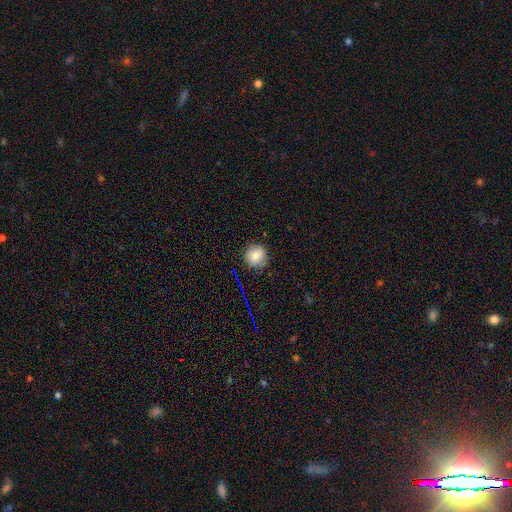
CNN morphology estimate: smooth_or_featured: smooth (p=0.76) [alt: star or artifact p=0.13]
how_rounded: round (p=0.93) [alt: in between p=0.06]
merging: none (p=0.85) [alt: minor disturbance p=0.11]